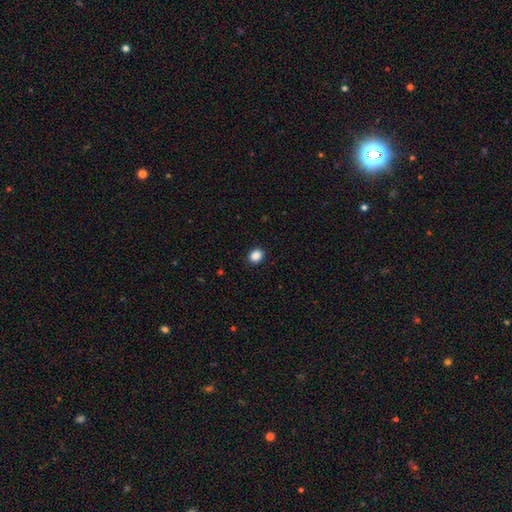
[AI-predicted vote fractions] A smooth galaxy with no disk features (88%) that is round (63%). Merging: none (91%).